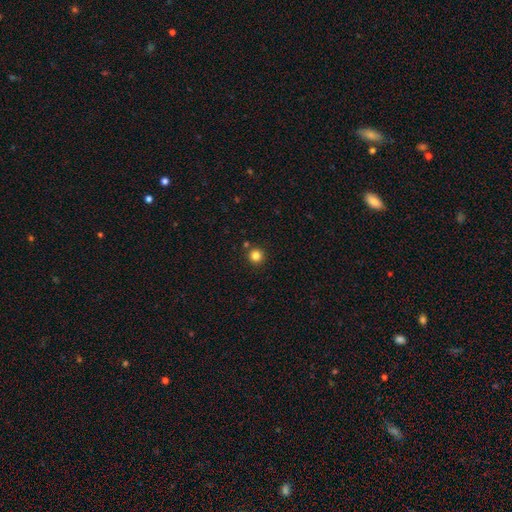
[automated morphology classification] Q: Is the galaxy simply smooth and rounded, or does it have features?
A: smooth — 83%.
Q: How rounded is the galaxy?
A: round — 95%.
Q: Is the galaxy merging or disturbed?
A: none — 88%.